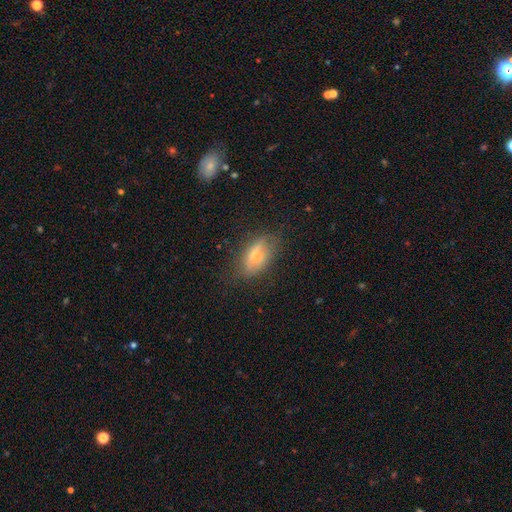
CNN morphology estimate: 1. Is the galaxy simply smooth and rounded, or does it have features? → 56% smooth, 34% featured or disk, 10% star or artifact.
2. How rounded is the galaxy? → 86% in between, 8% cigar-shaped, 6% round.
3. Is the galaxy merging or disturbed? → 63% none, 26% minor disturbance, 10% major disturbance, 2% merger.